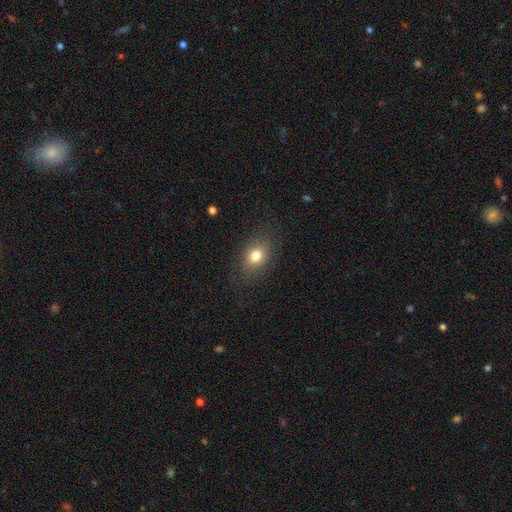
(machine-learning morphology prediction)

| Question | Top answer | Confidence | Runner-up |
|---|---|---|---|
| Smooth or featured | smooth | 77% | featured or disk (12%) |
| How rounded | in between | 69% | round (29%) |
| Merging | none | 82% | minor disturbance (12%) |